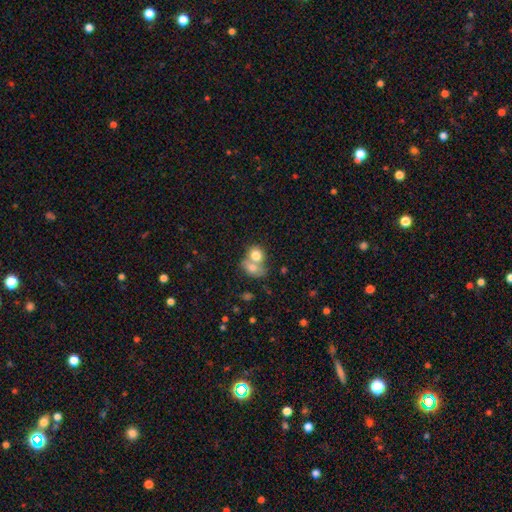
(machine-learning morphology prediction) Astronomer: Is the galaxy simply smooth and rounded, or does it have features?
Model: smooth — 74%.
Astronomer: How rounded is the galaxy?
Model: round — 60% (runner-up: in between, 39%).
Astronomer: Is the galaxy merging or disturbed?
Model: merger — 67%.